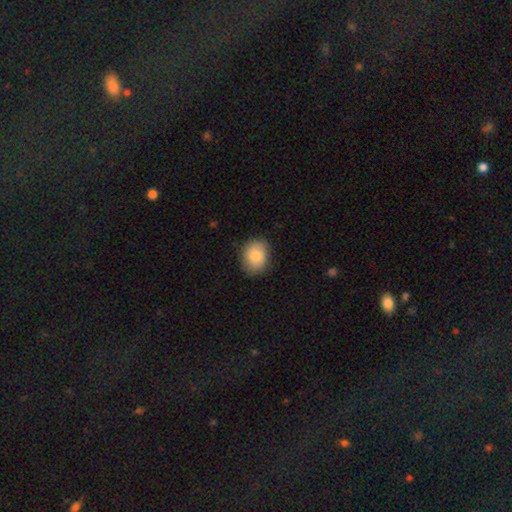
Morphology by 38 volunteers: smooth_or_featured: smooth (p=0.74) [alt: featured or disk p=0.18]
how_rounded: round (p=0.71) [alt: in between p=0.29]
merging: none (p=0.83) [alt: minor disturbance p=0.11]